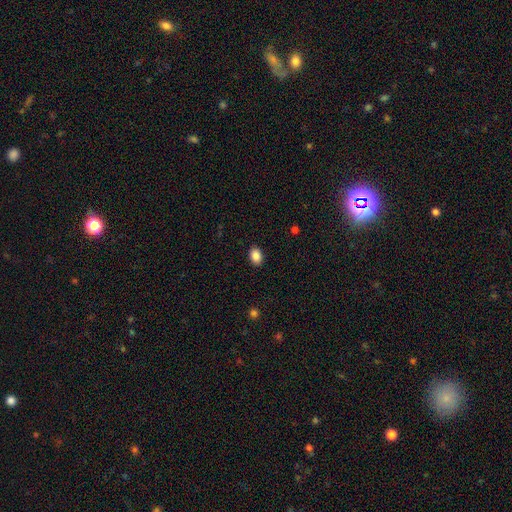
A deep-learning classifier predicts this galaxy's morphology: Smooth or featured?
  - smooth: 88% *
  - star or artifact: 8%
  - featured or disk: 4%
How rounded?
  - in between: 82% *
  - round: 17%
  - cigar-shaped: 1%
Merging?
  - none: 89% *
  - minor disturbance: 8%
  - major disturbance: 2%
  - merger: 1%